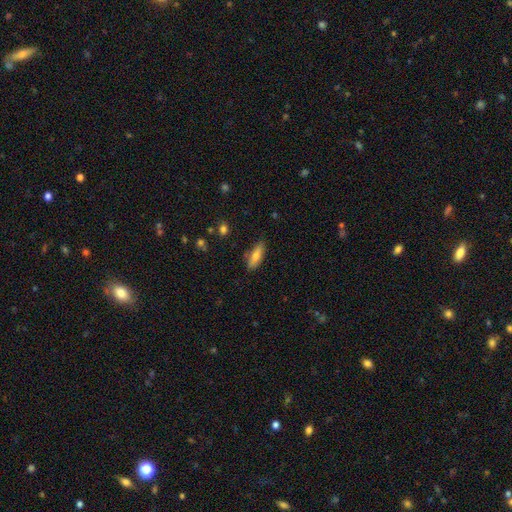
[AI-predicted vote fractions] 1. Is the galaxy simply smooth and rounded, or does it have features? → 68% smooth, 25% featured or disk, 7% star or artifact.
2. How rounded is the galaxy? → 54% in between, 43% cigar-shaped, 3% round.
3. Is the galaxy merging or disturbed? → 82% none, 13% minor disturbance, 3% major disturbance, 2% merger.